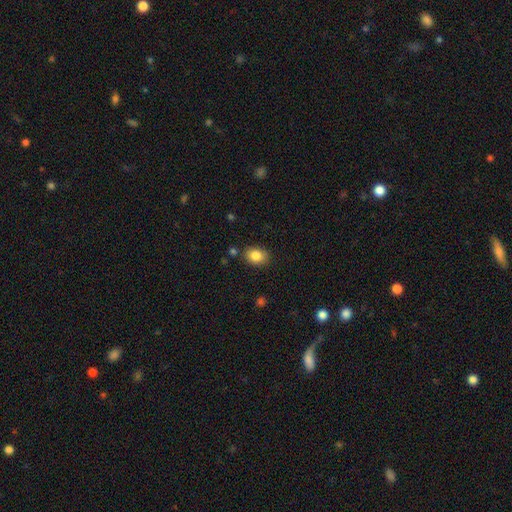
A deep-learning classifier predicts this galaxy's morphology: smooth_or_featured: smooth (p=0.85) [alt: star or artifact p=0.08]
how_rounded: in between (p=0.72) [alt: round p=0.27]
merging: none (p=0.81) [alt: minor disturbance p=0.12]